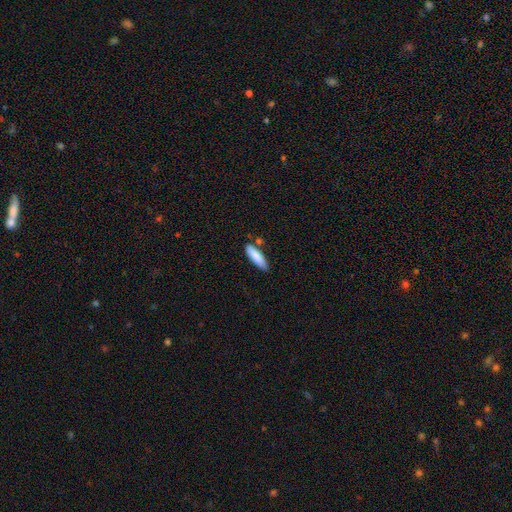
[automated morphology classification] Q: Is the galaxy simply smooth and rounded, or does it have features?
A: smooth — 86%.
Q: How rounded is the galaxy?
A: cigar-shaped — 57%.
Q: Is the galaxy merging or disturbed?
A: none — 76%.